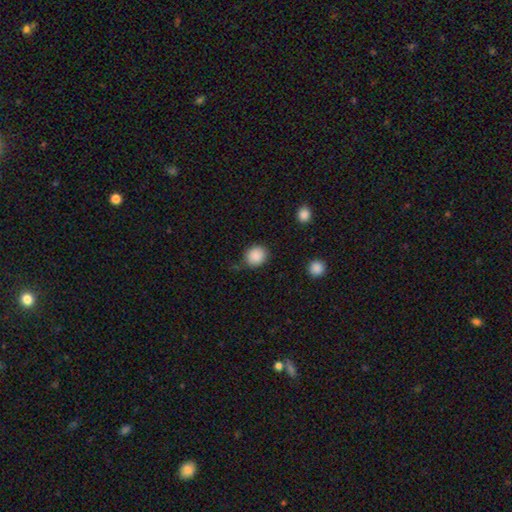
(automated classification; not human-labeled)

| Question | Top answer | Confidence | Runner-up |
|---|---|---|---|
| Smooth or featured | smooth | 89% | star or artifact (8%) |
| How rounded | round | 75% | in between (24%) |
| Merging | none | 78% | minor disturbance (15%) |